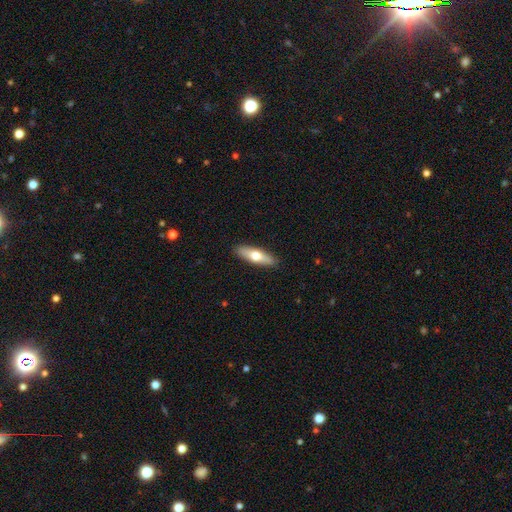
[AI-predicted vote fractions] Morphology: type=smooth (59%); roundness=cigar-shaped (56%); merging=none (91%).